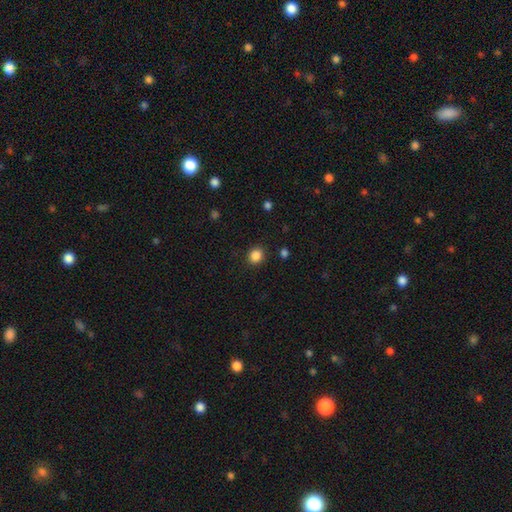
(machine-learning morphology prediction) Q: Smooth or featured?
A: smooth (86%); runner-up: star or artifact (11%)
Q: How rounded?
A: round (72%); runner-up: in between (27%)
Q: Merging?
A: none (89%); runner-up: minor disturbance (7%)